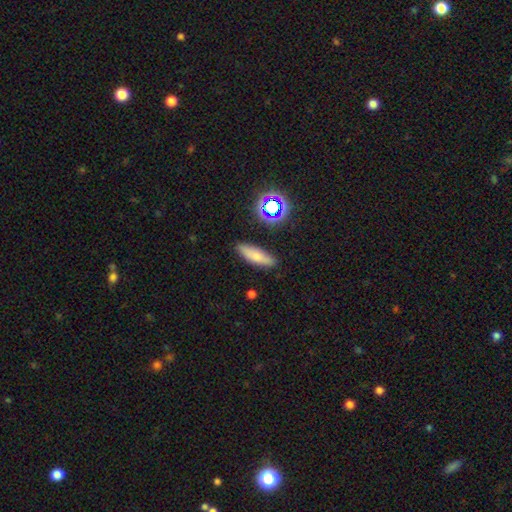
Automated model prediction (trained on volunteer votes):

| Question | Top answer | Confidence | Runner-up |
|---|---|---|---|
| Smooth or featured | smooth | 71% | featured or disk (18%) |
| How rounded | cigar-shaped | 52% | in between (44%) |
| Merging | none | 85% | minor disturbance (11%) |